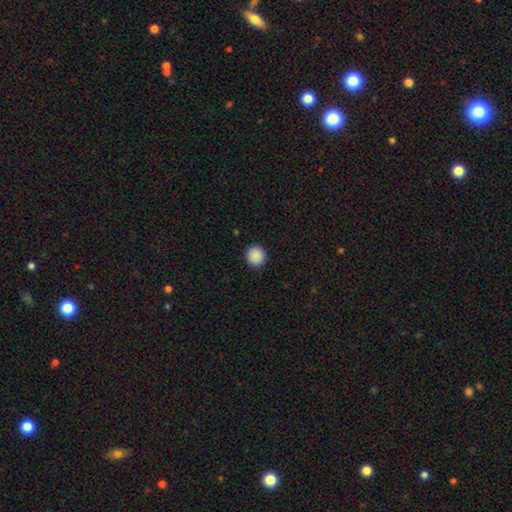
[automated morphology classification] smooth 90%, star or artifact 8%, featured or disk 2%. Down the decision tree: how rounded — round (92%); merging — none (92%).